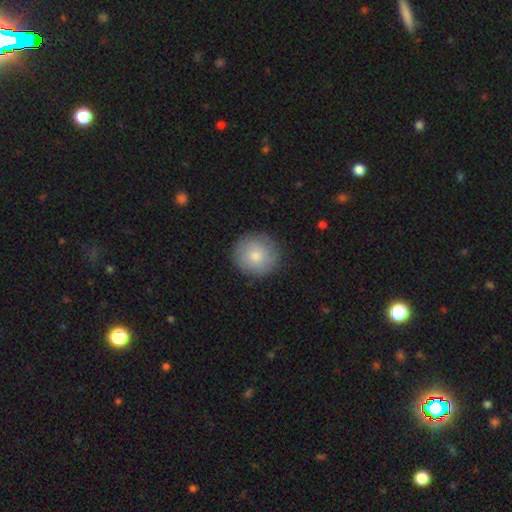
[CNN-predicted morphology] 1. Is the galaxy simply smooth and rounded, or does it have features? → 80% smooth, 14% featured or disk, 7% star or artifact.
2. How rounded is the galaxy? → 94% round, 5% in between, 1% cigar-shaped.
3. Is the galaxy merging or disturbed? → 88% none, 9% minor disturbance, 2% major disturbance, 1% merger.